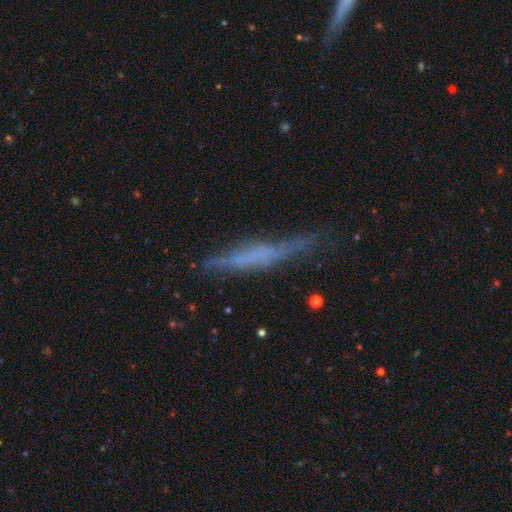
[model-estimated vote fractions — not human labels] Smooth or featured?
  - featured or disk: 55% *
  - smooth: 35%
  - star or artifact: 10%
Edge-on disk?
  - yes: 89% *
  - no: 11%
Merging?
  - none: 67% *
  - minor disturbance: 23%
  - major disturbance: 8%
  - merger: 2%